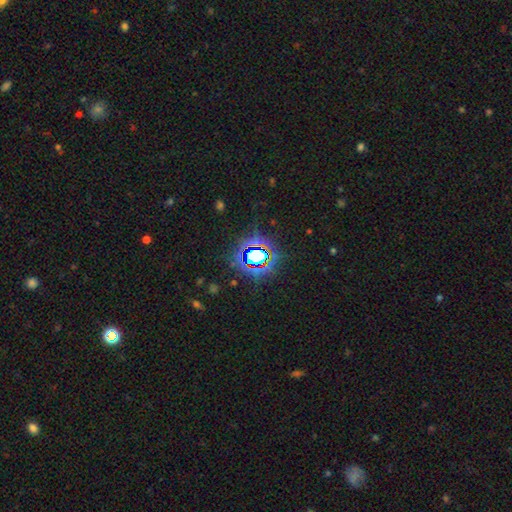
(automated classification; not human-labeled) smooth_or_featured: star or artifact (p=0.75) [alt: smooth p=0.16]